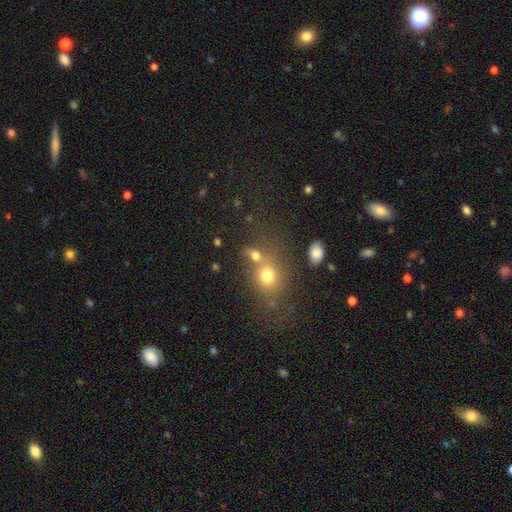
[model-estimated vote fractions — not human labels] smooth_or_featured: smooth (p=0.72) [alt: star or artifact p=0.17]
how_rounded: round (p=0.58) [alt: in between p=0.40]
merging: none (p=0.46) [alt: merger p=0.38]